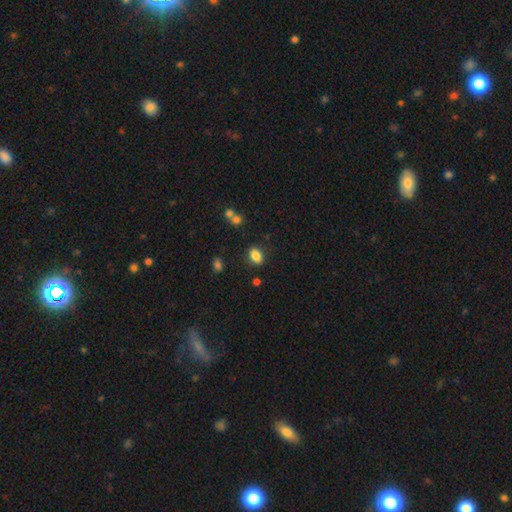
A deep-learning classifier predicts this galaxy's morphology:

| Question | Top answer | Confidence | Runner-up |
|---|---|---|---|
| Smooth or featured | smooth | 84% | star or artifact (10%) |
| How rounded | in between | 80% | round (18%) |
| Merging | none | 83% | minor disturbance (10%) |